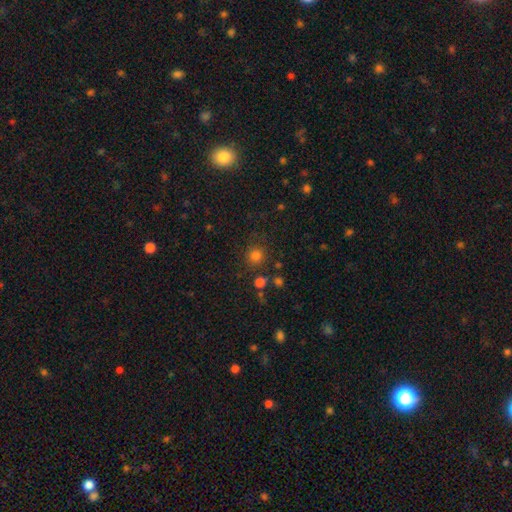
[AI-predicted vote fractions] Smooth or featured? Predicted: smooth (p=0.80). How rounded? Predicted: round (p=0.92). Merging? Predicted: none (p=0.83).